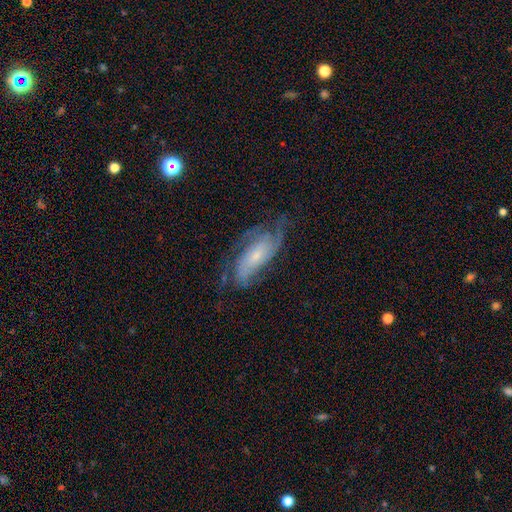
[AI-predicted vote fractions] Smooth or featured?
  - featured or disk: 79% *
  - smooth: 14%
  - star or artifact: 7%
Edge-on disk?
  - no: 92% *
  - yes: 8%
Bar?
  - no: 62% *
  - weak: 28%
  - strong: 10%
Spiral arms?
  - yes: 93% *
  - no: 7%
Spiral winding?
  - tight: 43% *
  - medium: 41%
  - loose: 16%
Spiral arm count?
  - 2: 33% *
  - can't tell: 28%
  - 3: 20%
  - 4: 9%
  - 1: 5%
  - more than 4: 5%
Bulge size?
  - small: 69% *
  - moderate: 21%
  - none: 5%
  - large: 3%
  - dominant: 1%
Merging?
  - none: 62% *
  - minor disturbance: 21%
  - major disturbance: 15%
  - merger: 2%